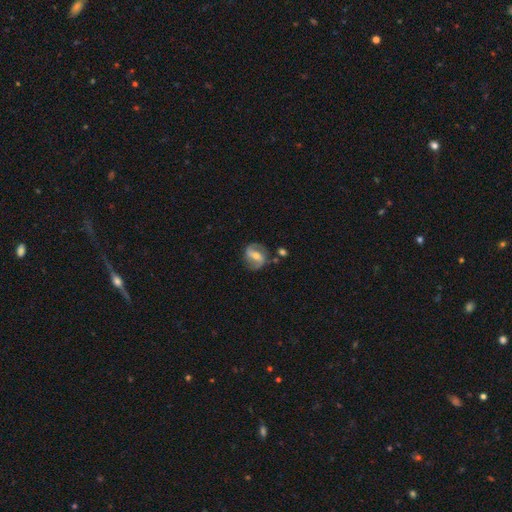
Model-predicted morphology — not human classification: A featured or disk galaxy (79%) with a strong bar (46%), 2 (88%) medium (46%) spiral arms (90%) and a moderate central bulge (56%).

Vote fractions:
- Smooth or featured? featured or disk: 79% / smooth: 15% / star or artifact: 6%
- Edge-on disk? no: 96% / yes: 4%
- Bar? strong: 46% / weak: 36% / no: 18%
- Spiral arms? yes: 90% / no: 10%
- Spiral winding? medium: 46% / loose: 28% / tight: 25%
- Spiral arm count? 2: 88% / can't tell: 6% / 1: 3% / 3: 1% / 4: 1% / more than 4: 1%
- Bulge size? moderate: 56% / small: 38% / large: 3% / none: 2% / dominant: 1%
- Merging? none: 76% / minor disturbance: 15% / major disturbance: 5% / merger: 4%